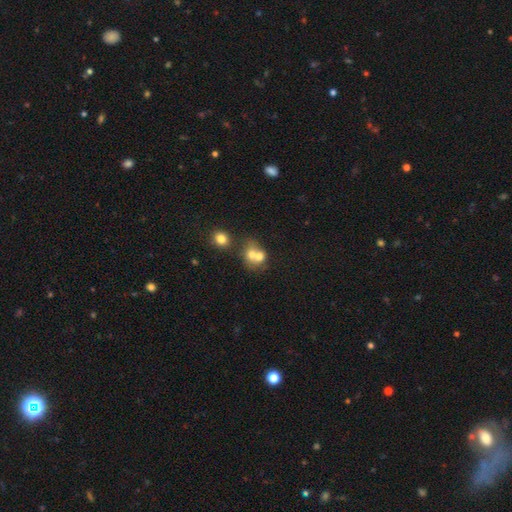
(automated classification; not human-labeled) This appears to be a smooth galaxy with no disk features (66%) that is round (69%). Merging: merger (62%).